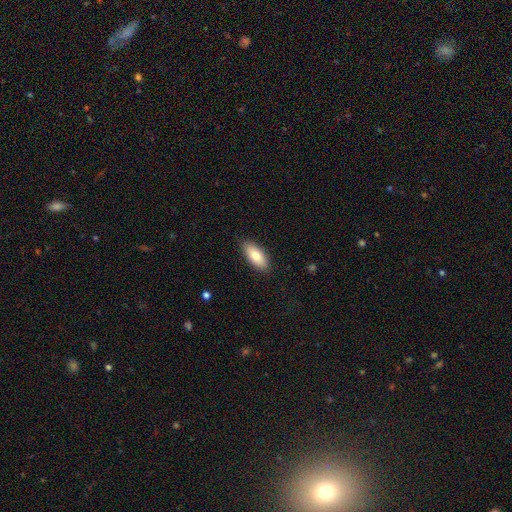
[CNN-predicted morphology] This appears to be a smooth galaxy with no disk features (79%) that is in between round and cigar-shaped (85%). Merging: none (88%).